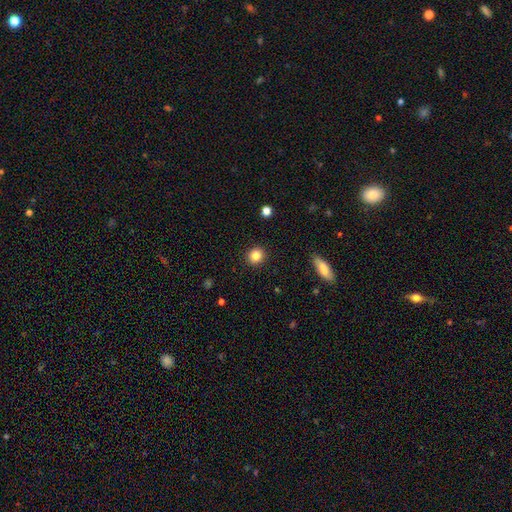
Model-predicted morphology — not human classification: Q: Smooth or featured?
A: smooth (84%); runner-up: star or artifact (10%)
Q: How rounded?
A: round (87%); runner-up: in between (12%)
Q: Merging?
A: none (91%); runner-up: minor disturbance (6%)